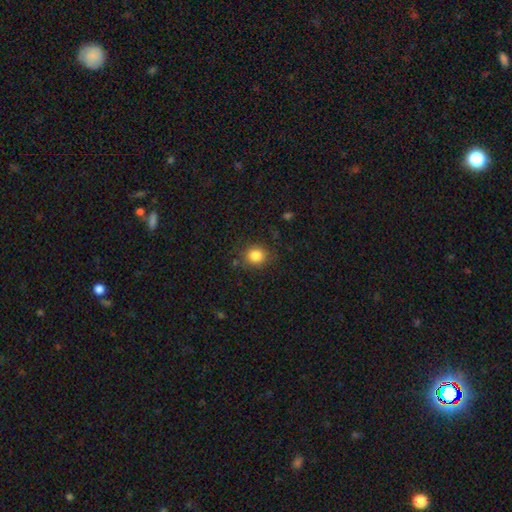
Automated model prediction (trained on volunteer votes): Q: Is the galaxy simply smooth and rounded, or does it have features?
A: smooth — 84%.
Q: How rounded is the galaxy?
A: round — 81%.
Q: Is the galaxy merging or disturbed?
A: none — 84%.